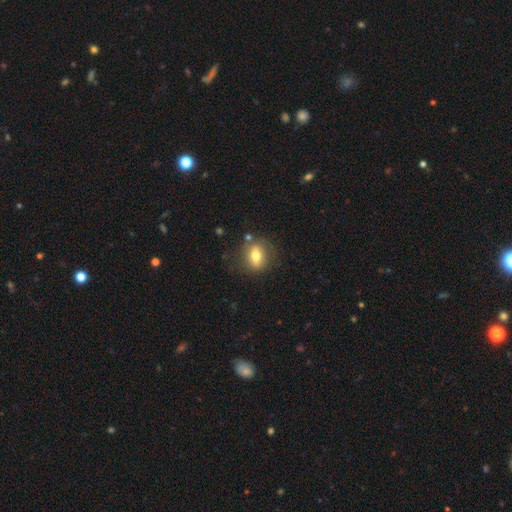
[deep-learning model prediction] Smooth or featured? Predicted: smooth (p=0.66). How rounded? Predicted: in between (p=0.58). Merging? Predicted: none (p=0.78).